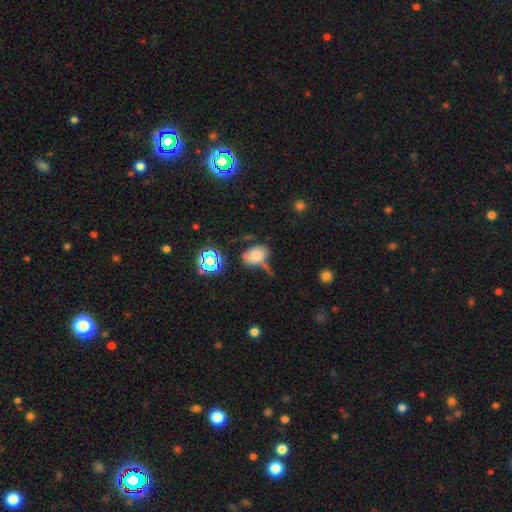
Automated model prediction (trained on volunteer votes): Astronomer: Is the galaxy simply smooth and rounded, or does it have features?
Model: smooth — 66%.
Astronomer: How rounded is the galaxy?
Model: in between — 78%.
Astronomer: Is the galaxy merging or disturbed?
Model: none — 39% (runner-up: minor disturbance, 26%).